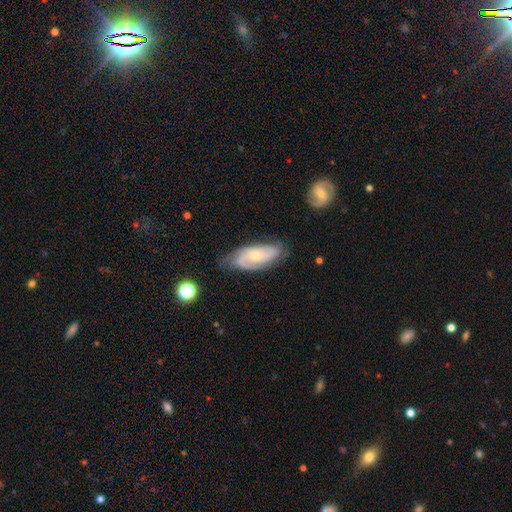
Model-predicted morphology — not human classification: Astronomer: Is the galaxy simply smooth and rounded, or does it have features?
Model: featured or disk — 73%.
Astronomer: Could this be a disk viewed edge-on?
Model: no — 92%.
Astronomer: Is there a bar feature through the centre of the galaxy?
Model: no — 69%.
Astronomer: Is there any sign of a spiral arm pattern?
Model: yes — 93%.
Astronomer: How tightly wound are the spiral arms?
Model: tight — 48% (runner-up: medium, 39%).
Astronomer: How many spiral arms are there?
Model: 2 — 55%.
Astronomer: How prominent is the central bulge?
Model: small — 65%.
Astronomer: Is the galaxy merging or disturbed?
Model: none — 66%.